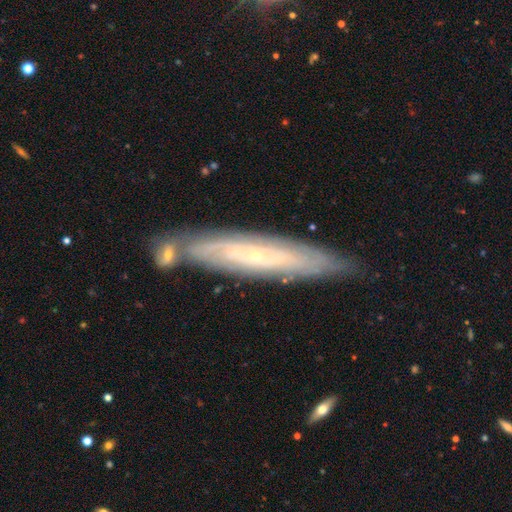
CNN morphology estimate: The model was most divided on "edge-on disk": no: 55%, yes: 45%. More confident: smooth or featured — featured or disk (73%); merging — none (73%).